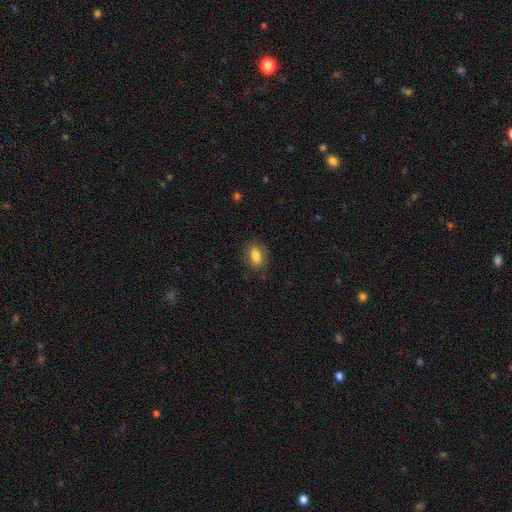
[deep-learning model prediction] Smooth or featured? smooth (78%)
How rounded? in between (83%)
Merging? none (81%)